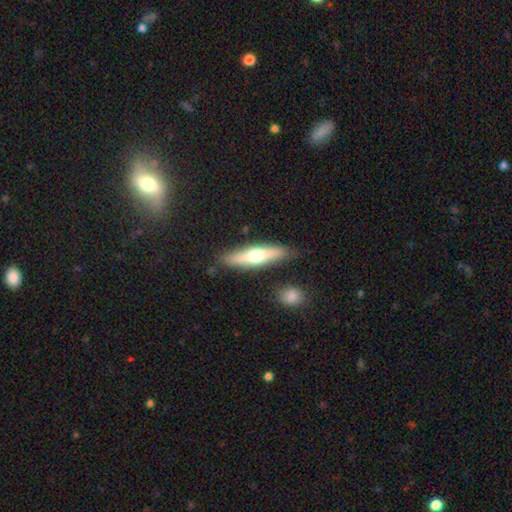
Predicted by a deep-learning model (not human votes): Q: Smooth or featured?
A: smooth (51%); runner-up: featured or disk (44%)
Q: How rounded?
A: cigar-shaped (77%); runner-up: in between (21%)
Q: Merging?
A: none (83%); runner-up: minor disturbance (11%)